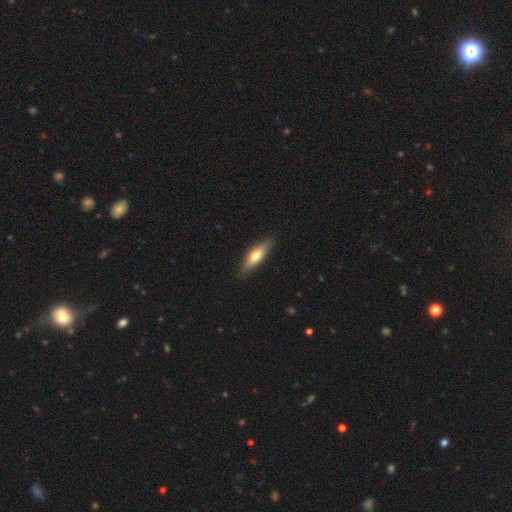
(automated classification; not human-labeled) smooth-or-featured: smooth: 57% | featured or disk: 37% | star or artifact: 6%
  how-rounded: cigar-shaped: 60% | in between: 38% | round: 2%
  merging: none: 86% | minor disturbance: 11% | major disturbance: 2% | merger: 1%